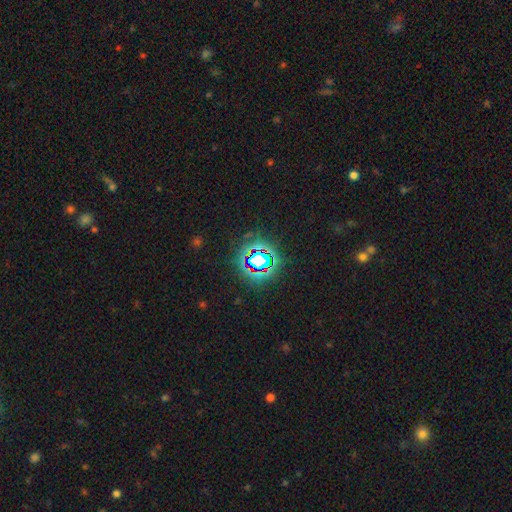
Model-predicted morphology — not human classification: Smooth or featured: star or artifact — 75% (smooth — 15%)